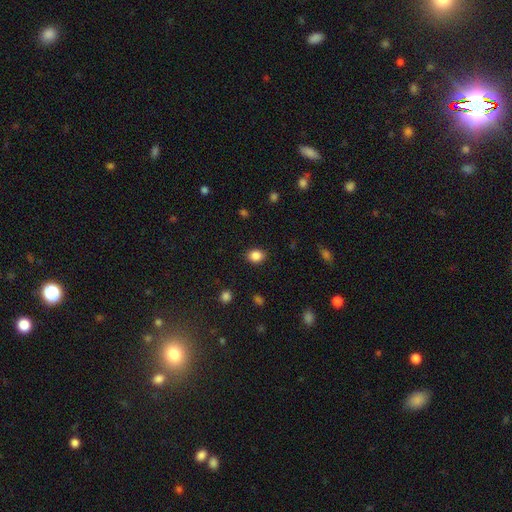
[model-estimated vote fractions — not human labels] Q: Smooth or featured?
A: smooth (86%); runner-up: star or artifact (10%)
Q: How rounded?
A: in between (55%); runner-up: round (44%)
Q: Merging?
A: none (88%); runner-up: minor disturbance (9%)